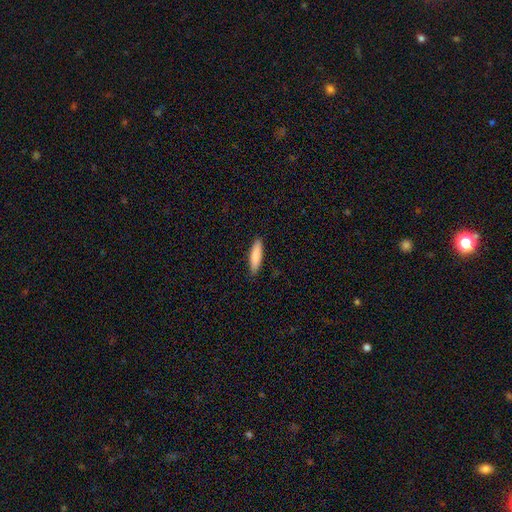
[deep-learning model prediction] Smooth or featured? smooth (86%)
How rounded? cigar-shaped (72%)
Merging? none (89%)